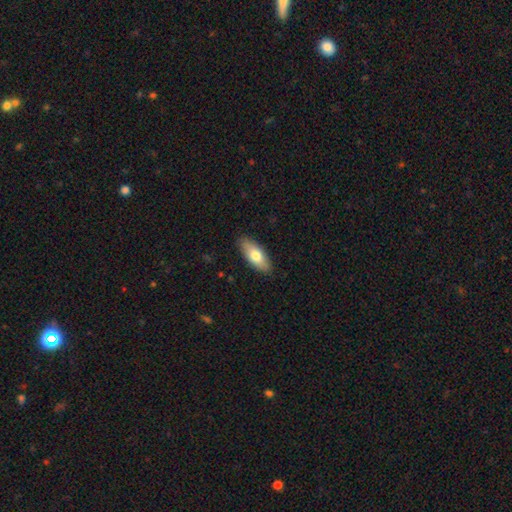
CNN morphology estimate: smooth 75%, featured or disk 20%, star or artifact 6%. Down the decision tree: how rounded — in between (79%); merging — none (88%).